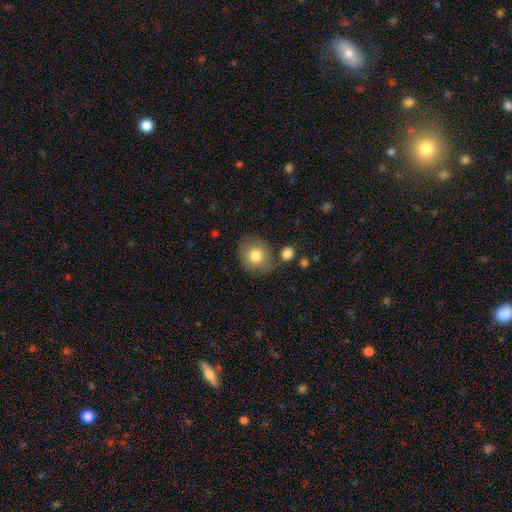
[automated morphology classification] Overall: smooth (78%). How rounded: round (69%; in between 30%). Merging: none (75%).